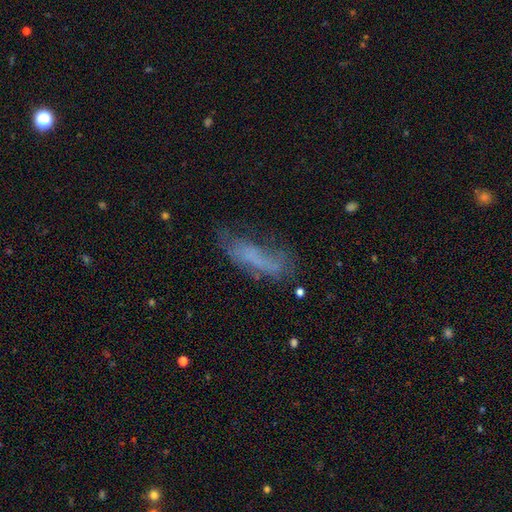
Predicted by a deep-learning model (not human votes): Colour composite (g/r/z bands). It shows a smooth galaxy with no disk features (47%). Merging: none (44%).